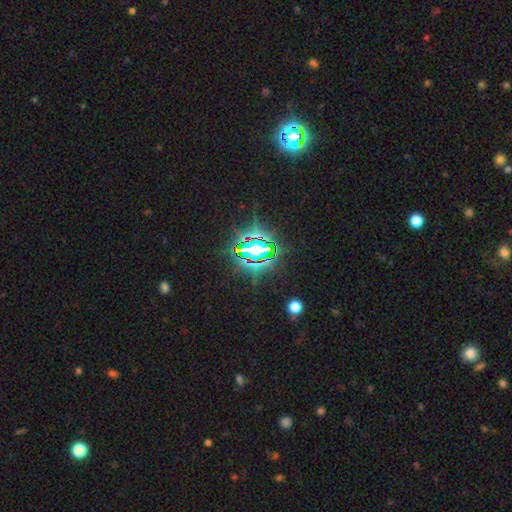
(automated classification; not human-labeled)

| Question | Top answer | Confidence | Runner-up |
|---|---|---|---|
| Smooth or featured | star or artifact | 82% | smooth (11%) |